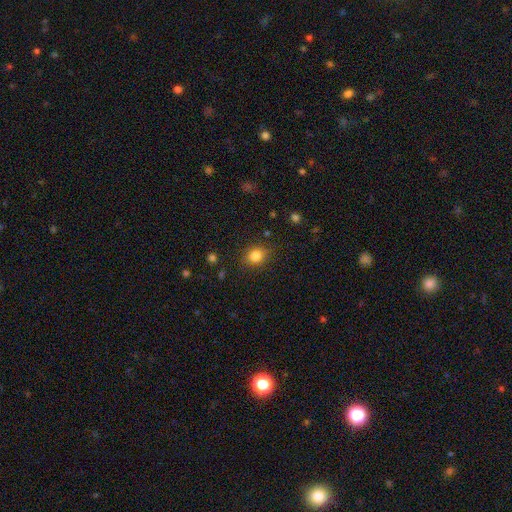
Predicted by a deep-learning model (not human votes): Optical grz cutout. It shows a smooth galaxy with no disk features (83%) that is round (59%). Merging: none (84%).